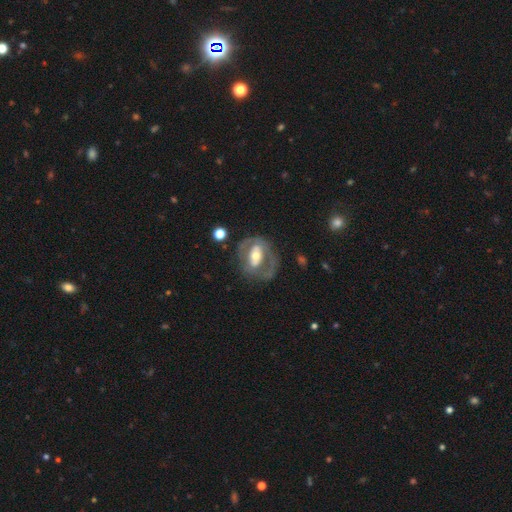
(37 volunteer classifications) A featured or disk galaxy (68%) with no bar (50%), no spiral arms (62%) and a moderate central bulge (50%). Merging: major disturbance (34%).